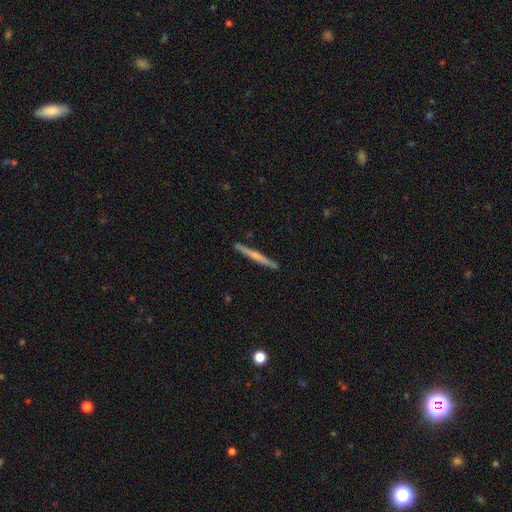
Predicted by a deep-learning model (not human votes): Smooth or featured?
  - featured or disk: 55% *
  - smooth: 40%
  - star or artifact: 6%
Edge-on disk?
  - yes: 98% *
  - no: 2%
Edge-on bulge?
  - none: 47% *
  - rounded: 43%
  - boxy: 10%
Merging?
  - none: 91% *
  - minor disturbance: 7%
  - merger: 1%
  - major disturbance: 1%